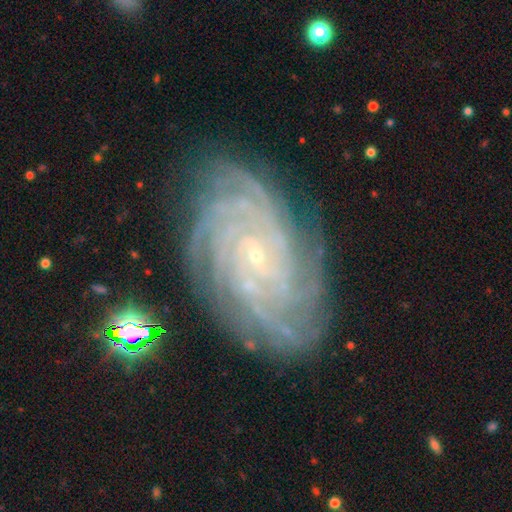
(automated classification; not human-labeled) Overall: featured or disk (90%). Edge-on disk: no (97%). Bar: no (65%; weak 25%). Spiral arms: yes (98%). Spiral arm count: more than 4 (36%; 4 23%). Spiral winding: tight (83%). Bulge size: small (87%). Merging: none (82%).